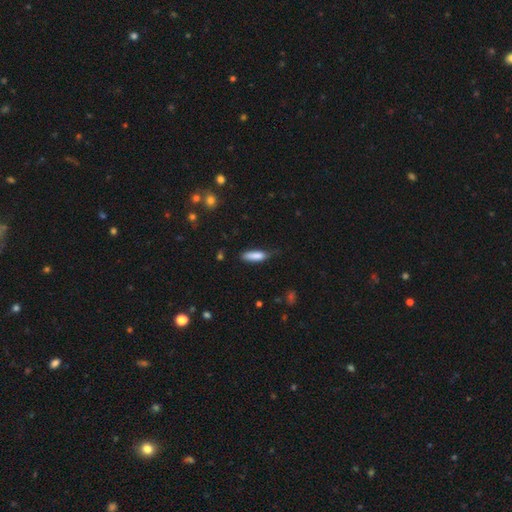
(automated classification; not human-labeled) Morphology: type=smooth (83%); roundness=cigar-shaped (60%); merging=none (57%).